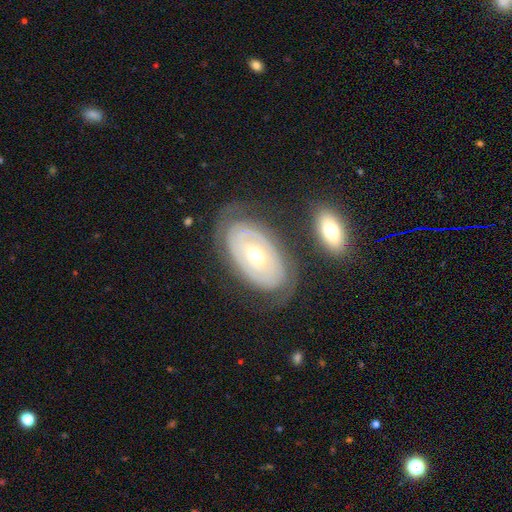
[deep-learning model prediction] smooth_or_featured: featured or disk (p=0.81) [alt: smooth p=0.13]
disk_edge_on: no (p=0.95) [alt: yes p=0.05]
bar: no (p=0.76) [alt: weak p=0.17]
has_spiral_arms: yes (p=0.81) [alt: no p=0.19]
spiral_winding: tight (p=0.82) [alt: medium p=0.14]
spiral_arm_count: can't tell (p=0.43) [alt: 2 p=0.38]
bulge_size: moderate (p=0.58) [alt: small p=0.38]
merging: none (p=0.70) [alt: minor disturbance p=0.17]